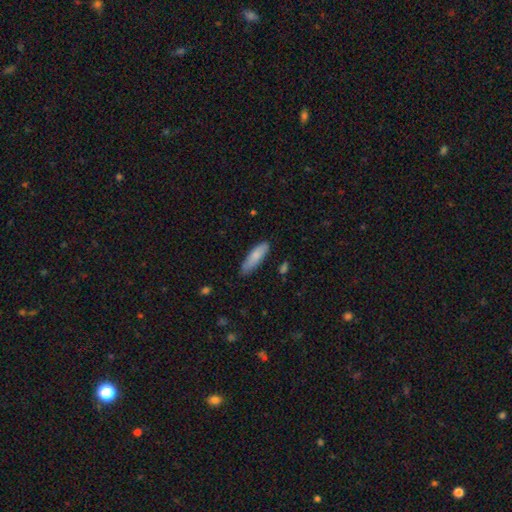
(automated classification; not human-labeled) A smooth galaxy with no disk features (82%) that is cigar-shaped (58%). Merging: none (77%).